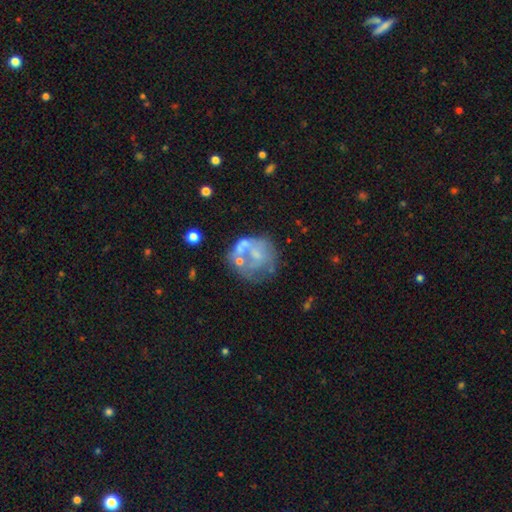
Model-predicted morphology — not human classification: smooth_or_featured: featured or disk (p=0.58) [alt: smooth p=0.31]
disk_edge_on: no (p=0.98) [alt: yes p=0.02]
bar: no (p=0.83) [alt: weak p=0.13]
has_spiral_arms: no (p=0.81) [alt: yes p=0.19]
bulge_size: none (p=0.42) [alt: small p=0.33]
merging: none (p=0.46) [alt: major disturbance p=0.20]